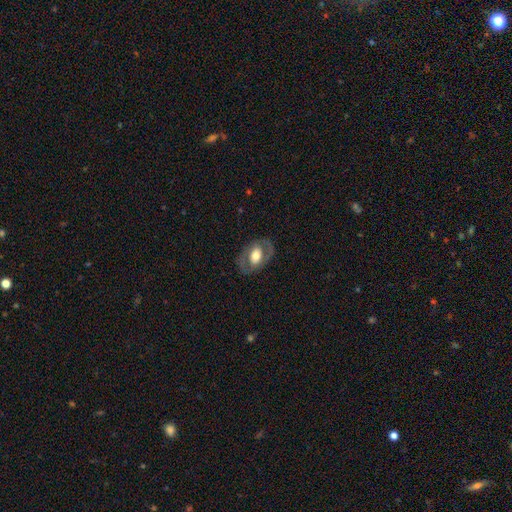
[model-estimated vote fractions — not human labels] A featured or disk galaxy (51%).

Vote fractions:
- Smooth or featured? featured or disk: 51% / smooth: 43% / star or artifact: 6%
- Edge-on disk? no: 92% / yes: 8%
- Merging? none: 78% / minor disturbance: 14% / major disturbance: 8% / merger: 1%